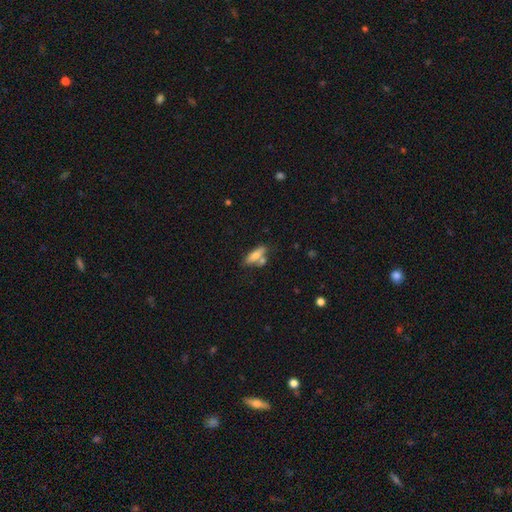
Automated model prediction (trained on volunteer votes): A smooth galaxy with no disk features (70%) that is in between round and cigar-shaped (58%). Merging: none (52%).